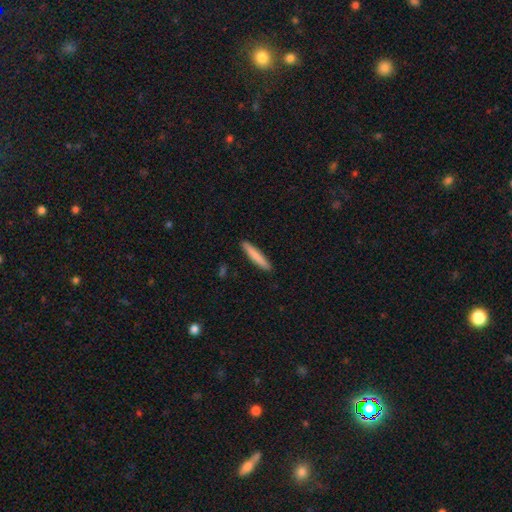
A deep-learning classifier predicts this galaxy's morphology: The model was most divided on "smooth or featured": smooth: 81%, featured or disk: 14%, star or artifact: 5%. More confident: how rounded — cigar-shaped (93%); merging — none (91%).